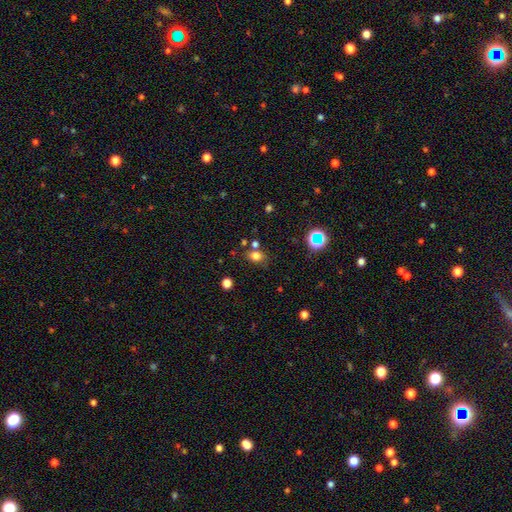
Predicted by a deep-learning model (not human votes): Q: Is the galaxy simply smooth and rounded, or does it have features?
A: smooth — 76%.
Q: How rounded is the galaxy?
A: in between — 52%.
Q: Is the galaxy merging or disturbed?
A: none — 67%.